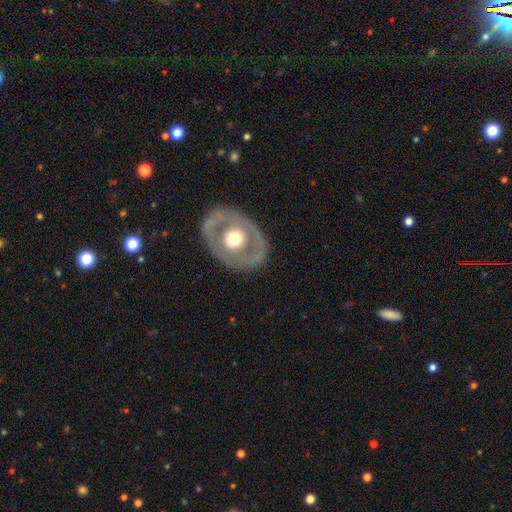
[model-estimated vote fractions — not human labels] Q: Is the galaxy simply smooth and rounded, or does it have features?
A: featured or disk — 67%.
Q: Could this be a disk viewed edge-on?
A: no — 92%.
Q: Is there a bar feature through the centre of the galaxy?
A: no — 86%.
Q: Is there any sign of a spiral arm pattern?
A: no — 82%.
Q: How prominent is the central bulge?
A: moderate — 61%.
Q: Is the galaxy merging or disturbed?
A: none — 81%.